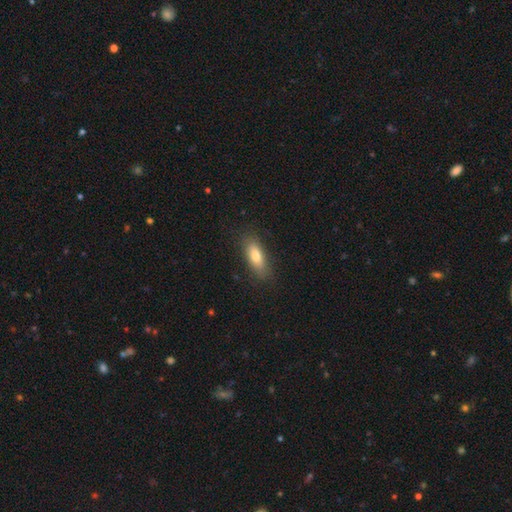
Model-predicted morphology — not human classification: Overall: smooth (76%). How rounded: in between (70%). Merging: none (82%).